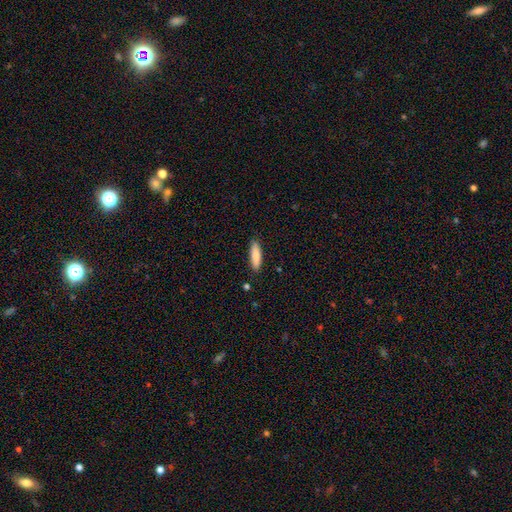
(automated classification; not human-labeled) Q: Smooth or featured?
A: smooth (83%); runner-up: featured or disk (11%)
Q: How rounded?
A: cigar-shaped (63%); runner-up: in between (36%)
Q: Merging?
A: none (87%); runner-up: minor disturbance (10%)